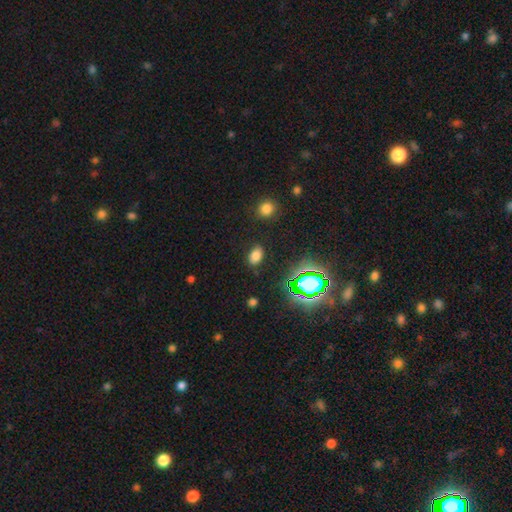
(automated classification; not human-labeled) smooth_or_featured: smooth (p=0.73) [alt: star or artifact p=0.20]
how_rounded: in between (p=0.86) [alt: round p=0.12]
merging: none (p=0.86) [alt: minor disturbance p=0.10]